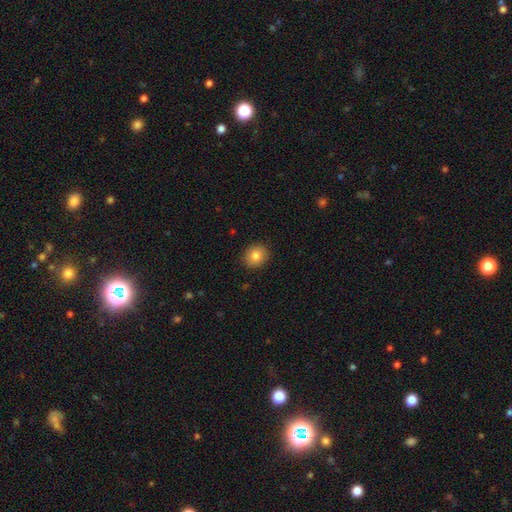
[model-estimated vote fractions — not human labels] This appears to be a smooth galaxy with no disk features (83%) that is round (72%). Merging: none (91%).